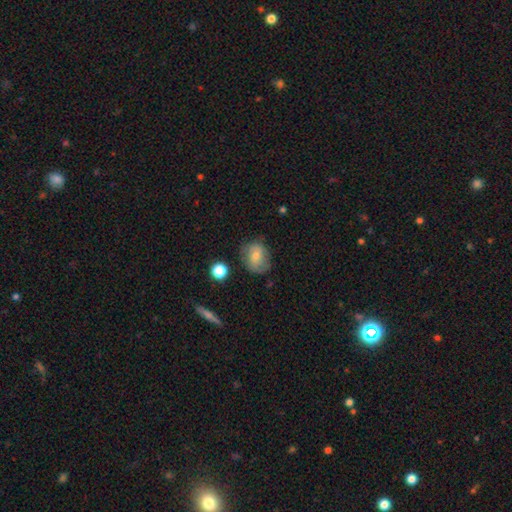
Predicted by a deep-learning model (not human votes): A smooth galaxy with no disk features (57%) that is round (51%). Merging: none (70%).